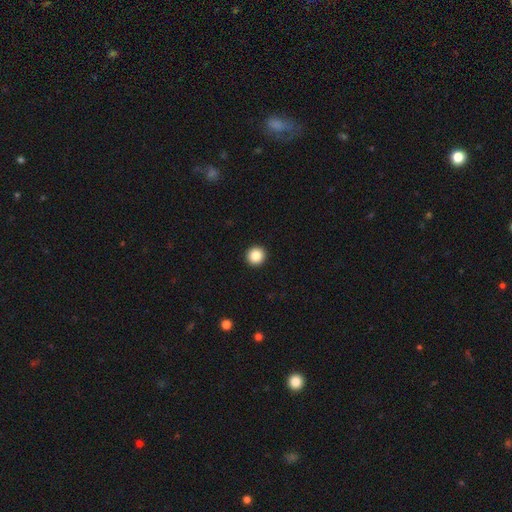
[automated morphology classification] A smooth galaxy with no disk features (86%) that is round (94%).

Vote fractions:
- Smooth or featured? smooth: 86% / star or artifact: 10% / featured or disk: 4%
- How rounded? round: 94% / in between: 5% / cigar-shaped: 1%
- Merging? none: 94% / minor disturbance: 4% / major disturbance: 1% / merger: 1%